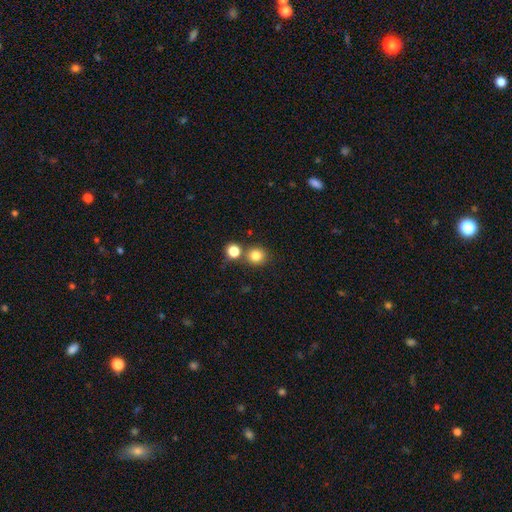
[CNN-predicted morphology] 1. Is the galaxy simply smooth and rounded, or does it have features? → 82% smooth, 12% star or artifact, 6% featured or disk.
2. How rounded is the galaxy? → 86% round, 13% in between, 1% cigar-shaped.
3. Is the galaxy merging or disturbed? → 69% none, 20% merger, 8% minor disturbance, 3% major disturbance.